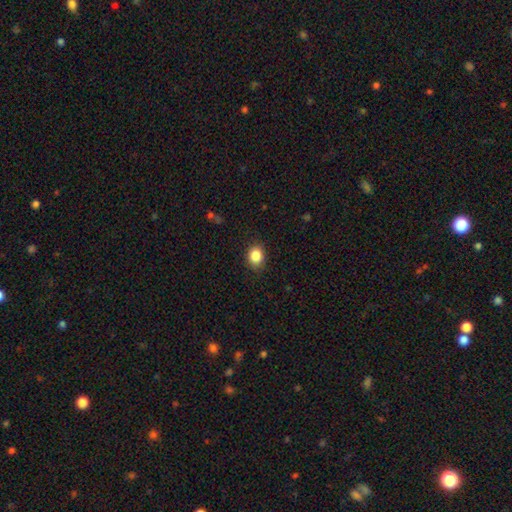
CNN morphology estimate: A smooth galaxy with no disk features (86%) that is round (54%).

Vote fractions:
- Smooth or featured? smooth: 86% / star or artifact: 9% / featured or disk: 5%
- How rounded? round: 54% / in between: 45% / cigar-shaped: 1%
- Merging? none: 84% / minor disturbance: 12% / major disturbance: 3% / merger: 1%